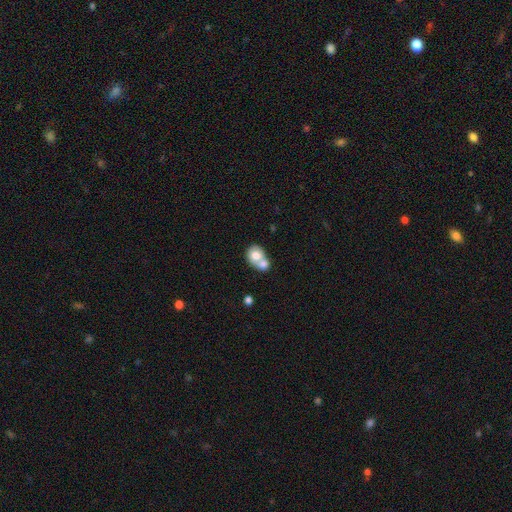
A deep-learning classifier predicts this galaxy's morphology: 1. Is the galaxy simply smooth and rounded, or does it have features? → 72% smooth, 21% featured or disk, 7% star or artifact.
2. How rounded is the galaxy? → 62% round, 37% in between, 1% cigar-shaped.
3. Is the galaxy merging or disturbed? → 69% merger, 21% none, 6% minor disturbance, 3% major disturbance.